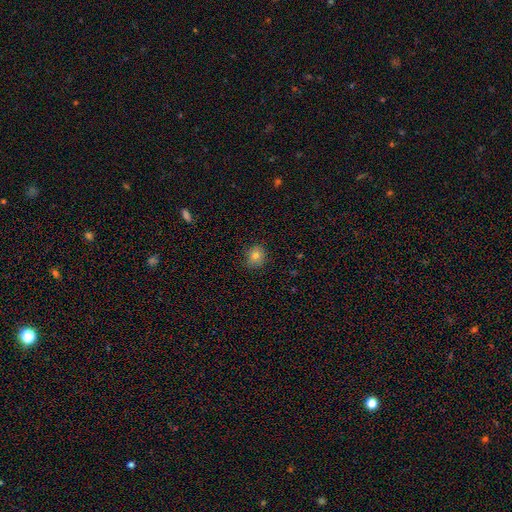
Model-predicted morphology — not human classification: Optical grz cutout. It shows a smooth galaxy with no disk features (78%) that is round (74%). Merging: none (86%).